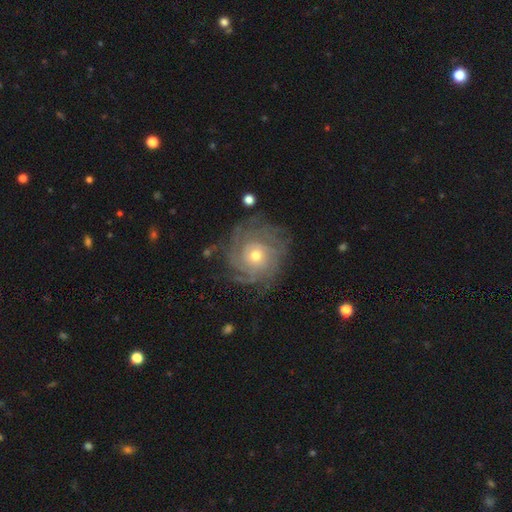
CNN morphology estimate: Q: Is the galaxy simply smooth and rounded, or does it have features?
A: featured or disk — 83%.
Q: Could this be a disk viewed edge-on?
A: no — 97%.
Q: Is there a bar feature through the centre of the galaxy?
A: no — 81%.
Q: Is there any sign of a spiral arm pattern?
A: yes — 95%.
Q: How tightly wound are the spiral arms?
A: tight — 71%.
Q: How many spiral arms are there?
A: can't tell — 34%.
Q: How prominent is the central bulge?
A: moderate — 50%.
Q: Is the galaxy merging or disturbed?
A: none — 75%.